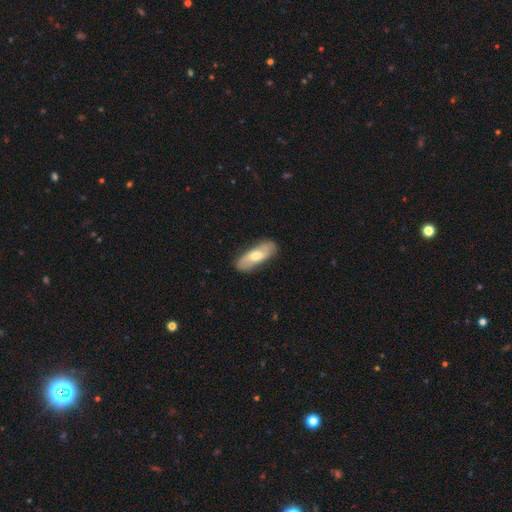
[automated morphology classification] Overall: smooth (51%; featured or disk 44%). How rounded: in between (68%). Merging: none (85%).